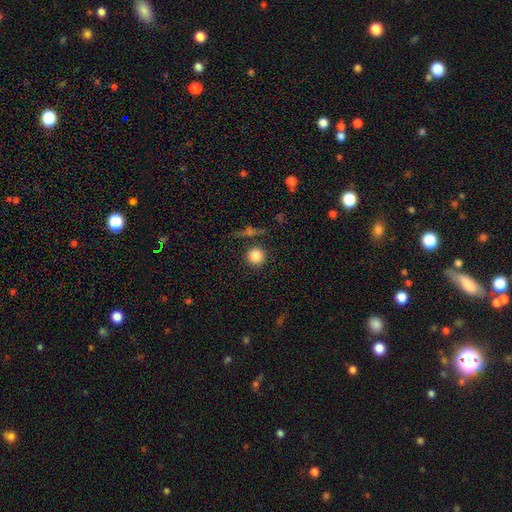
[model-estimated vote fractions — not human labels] Smooth or featured? smooth (84%)
How rounded? round (94%)
Merging? none (84%)